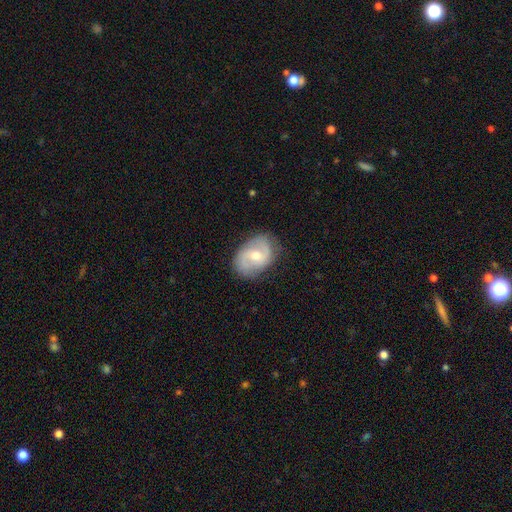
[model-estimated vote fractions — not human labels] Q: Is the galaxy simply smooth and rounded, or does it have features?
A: featured or disk — 69%.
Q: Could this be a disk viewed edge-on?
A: no — 97%.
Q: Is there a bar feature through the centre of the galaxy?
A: weak — 47%.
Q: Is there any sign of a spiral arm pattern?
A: yes — 87%.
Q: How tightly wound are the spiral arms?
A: medium — 47%.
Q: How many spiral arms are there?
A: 2 — 81%.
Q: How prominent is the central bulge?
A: moderate — 60%.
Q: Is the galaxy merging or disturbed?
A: none — 75%.